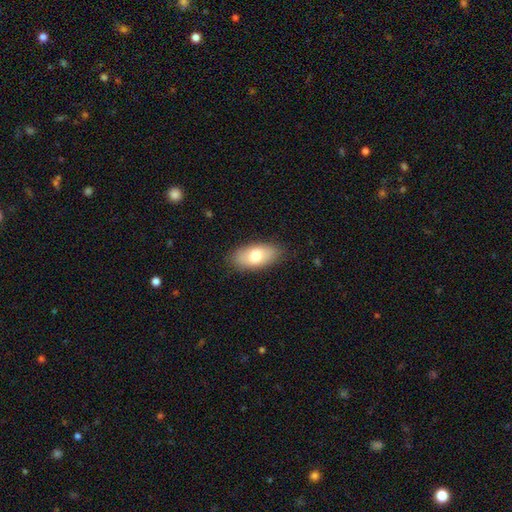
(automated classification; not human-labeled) This is likely a smooth galaxy (75%). How rounded: clearly in between (91%). Merging: clearly none (85%).